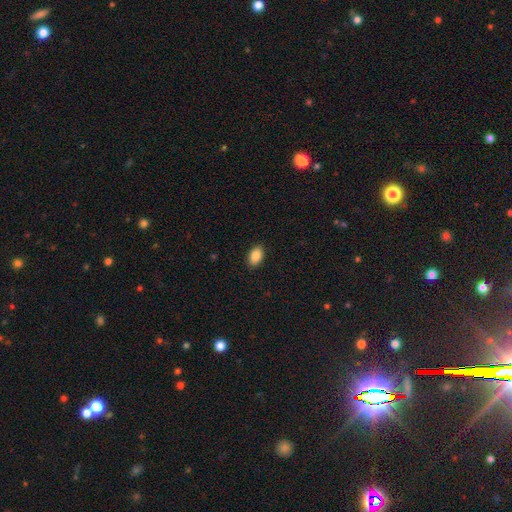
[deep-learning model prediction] Overall: smooth (89%). How rounded: in between (91%). Merging: none (90%).